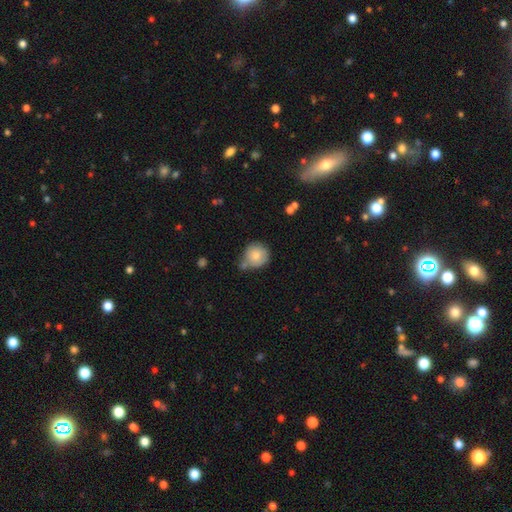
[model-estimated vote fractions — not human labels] A smooth galaxy with no disk features (81%) that is round (90%). Merging: none (58%).